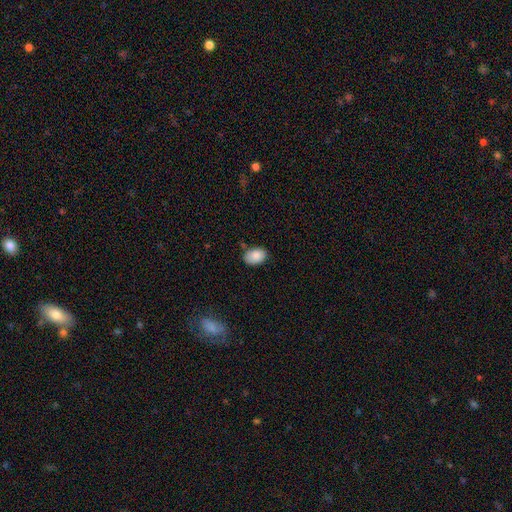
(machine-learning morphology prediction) Smooth or featured?
  - smooth: 86% *
  - star or artifact: 7%
  - featured or disk: 6%
How rounded?
  - in between: 85% *
  - round: 14%
  - cigar-shaped: 1%
Merging?
  - none: 72% *
  - minor disturbance: 21%
  - merger: 4%
  - major disturbance: 4%